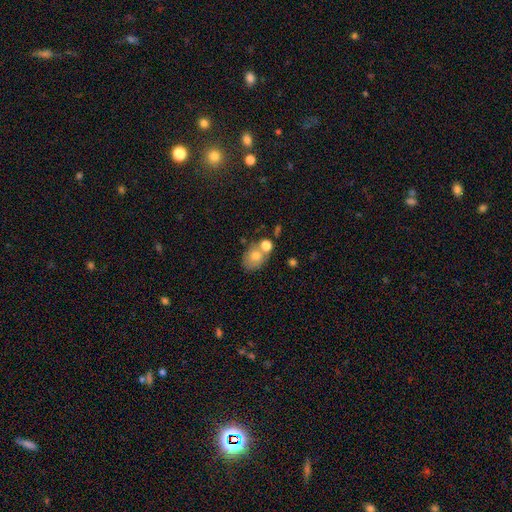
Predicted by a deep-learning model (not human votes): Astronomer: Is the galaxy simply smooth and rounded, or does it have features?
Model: smooth — 73%.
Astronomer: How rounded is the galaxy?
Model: in between — 60% (runner-up: round, 39%).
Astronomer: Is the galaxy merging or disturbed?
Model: none — 45% (runner-up: merger, 34%).